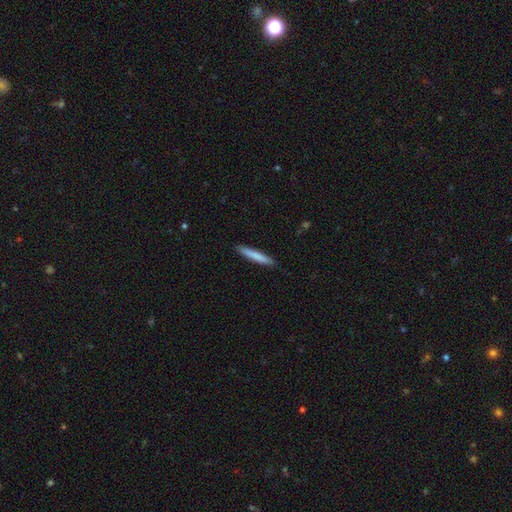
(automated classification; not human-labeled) This appears to be a smooth galaxy with no disk features (79%) that is cigar-shaped (95%). Merging: none (91%).